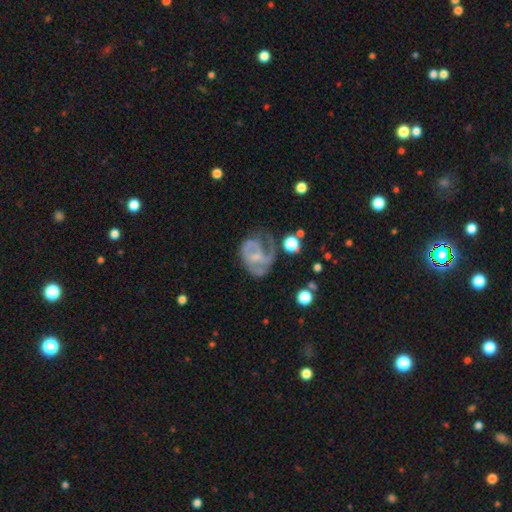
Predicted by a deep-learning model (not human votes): Smooth or featured? featured or disk (73%)
Edge-on disk? no (98%)
Bar? no (47%)
Spiral arms? yes (78%)
Spiral winding? medium (43%)
Spiral arm count? 2 (41%)
Bulge size? small (52%)
Merging? none (37%)